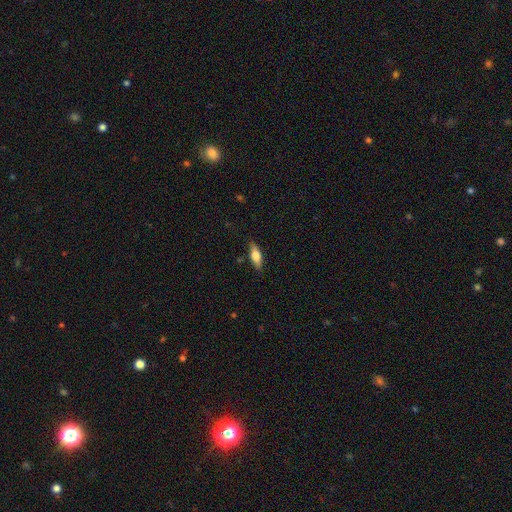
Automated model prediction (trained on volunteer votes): smooth 60%, featured or disk 33%, star or artifact 7%. Down the decision tree: how rounded — in between (62%); merging — none (84%).